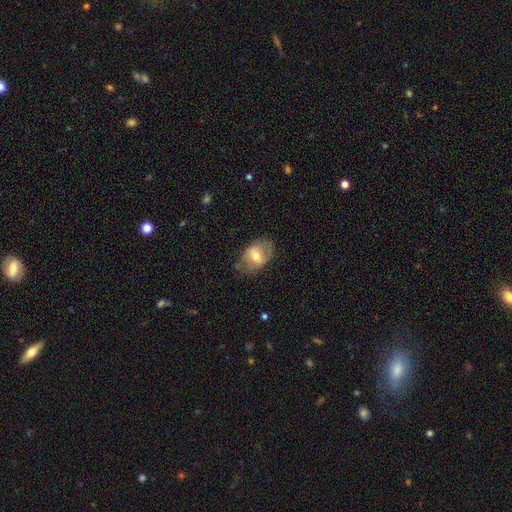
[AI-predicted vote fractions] Smooth or featured?
  - featured or disk: 47% *
  - smooth: 45%
  - star or artifact: 7%
Merging?
  - none: 68% *
  - minor disturbance: 21%
  - major disturbance: 9%
  - merger: 1%